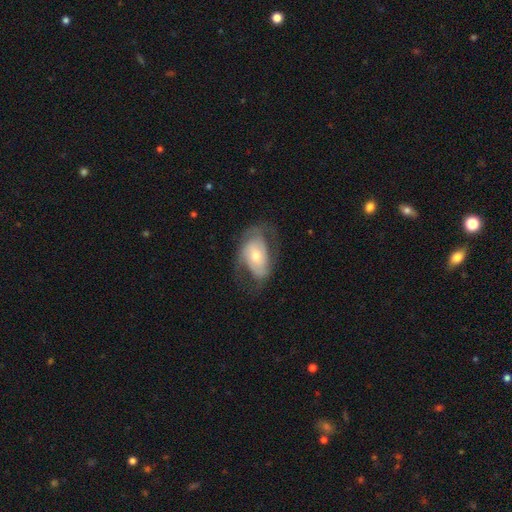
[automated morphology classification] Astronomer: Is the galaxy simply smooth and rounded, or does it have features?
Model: featured or disk — 63%.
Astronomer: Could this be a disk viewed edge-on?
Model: no — 94%.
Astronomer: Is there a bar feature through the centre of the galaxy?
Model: no — 67%.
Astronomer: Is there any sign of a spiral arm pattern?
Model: yes — 75%.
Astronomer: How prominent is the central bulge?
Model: moderate — 52% (runner-up: small, 41%).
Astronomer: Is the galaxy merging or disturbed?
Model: none — 53%.